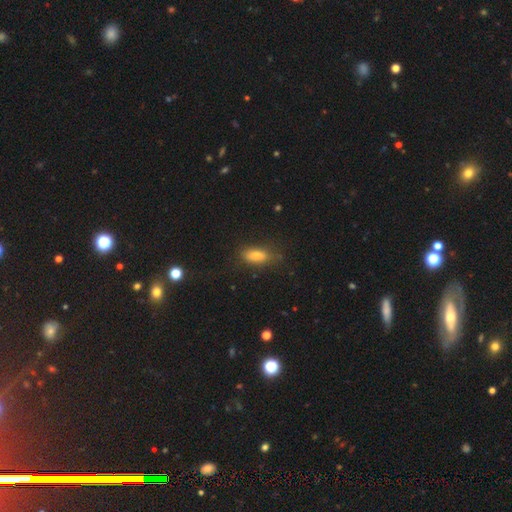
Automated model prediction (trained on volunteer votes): smooth 71%, featured or disk 17%, star or artifact 12%. Down the decision tree: how rounded — in between (72%); merging — none (75%).